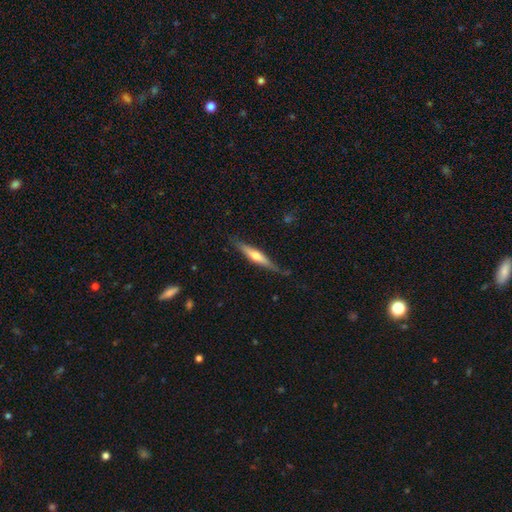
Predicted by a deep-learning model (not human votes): smooth-or-featured: featured or disk: 55% | smooth: 39% | star or artifact: 6%
  disk-edge-on: yes: 93% | no: 7%
    edge-on-bulge: rounded: 80% | none: 12% | boxy: 7%
  merging: none: 75% | minor disturbance: 19% | major disturbance: 4% | merger: 2%